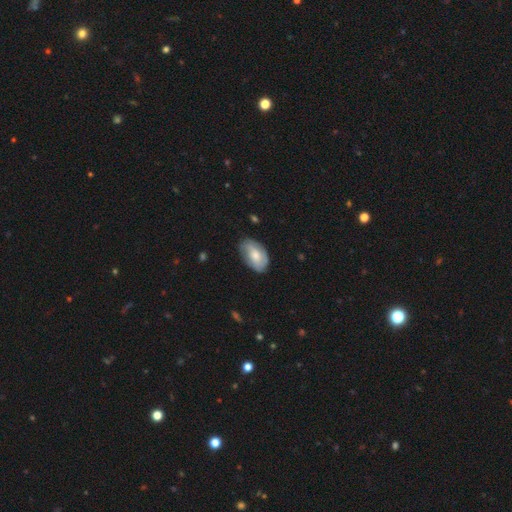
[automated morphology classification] A smooth galaxy with no disk features (56%) that is in between round and cigar-shaped (91%). Merging: none (70%).